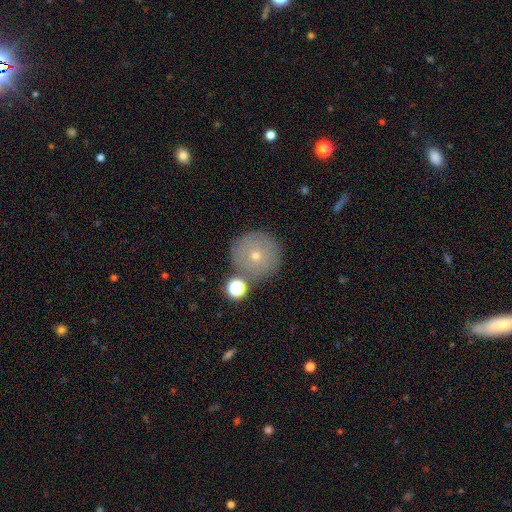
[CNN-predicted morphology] type=smooth (62%); roundness=round (95%); merging=none (79%).